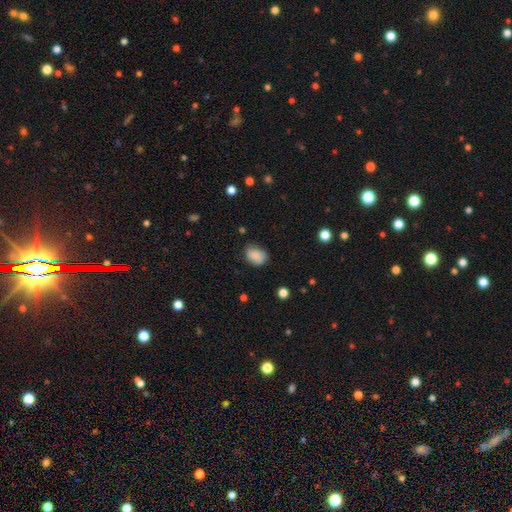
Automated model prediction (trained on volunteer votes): A smooth galaxy with no disk features (84%) that is in between round and cigar-shaped (71%).

Vote fractions:
- Smooth or featured? smooth: 84% / star or artifact: 8% / featured or disk: 7%
- How rounded? in between: 71% / round: 28% / cigar-shaped: 1%
- Merging? none: 63% / minor disturbance: 29% / major disturbance: 7% / merger: 2%